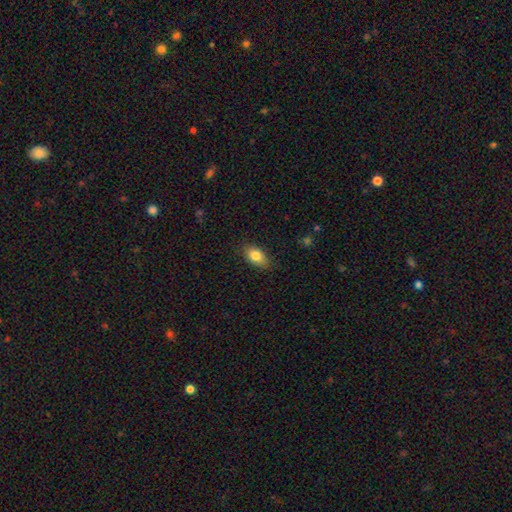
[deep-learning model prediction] Smooth or featured? smooth (83%)
How rounded? in between (88%)
Merging? none (84%)